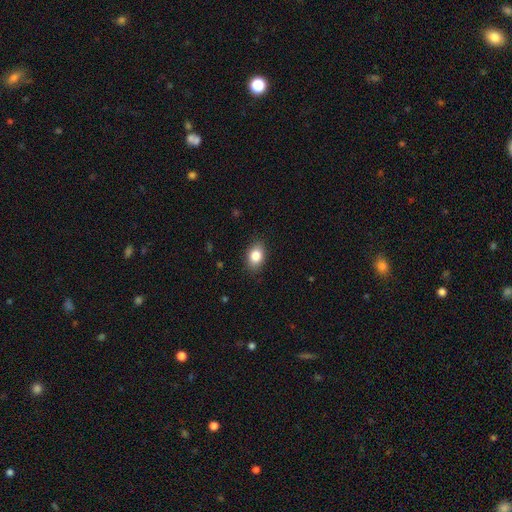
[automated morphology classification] The model was most divided on "how rounded": in between: 78%, round: 20%, cigar-shaped: 1%. More confident: merging — none (87%); smooth or featured — smooth (85%).